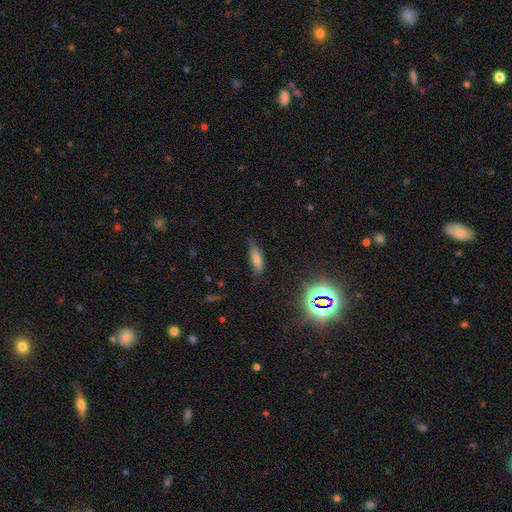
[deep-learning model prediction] smooth-or-featured: smooth: 55% | star or artifact: 26% | featured or disk: 19%
  how-rounded: cigar-shaped: 54% | in between: 42% | round: 4%
  merging: none: 74% | minor disturbance: 20% | major disturbance: 5% | merger: 2%